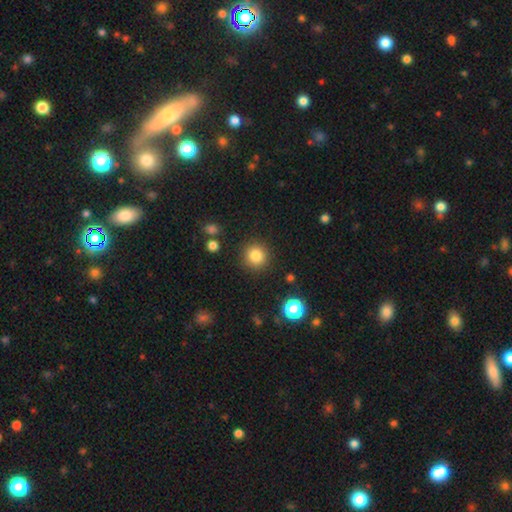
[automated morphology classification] Smooth or featured: smooth — 83% (star or artifact — 11%)
How rounded: round — 93% (in between — 6%)
Merging: none — 89% (minor disturbance — 6%)